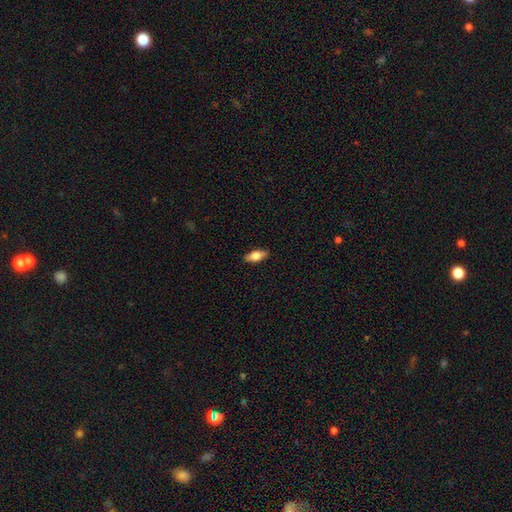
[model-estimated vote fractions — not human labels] This is likely a smooth galaxy (65%). How rounded: likely in between (75%). Merging: clearly none (89%).